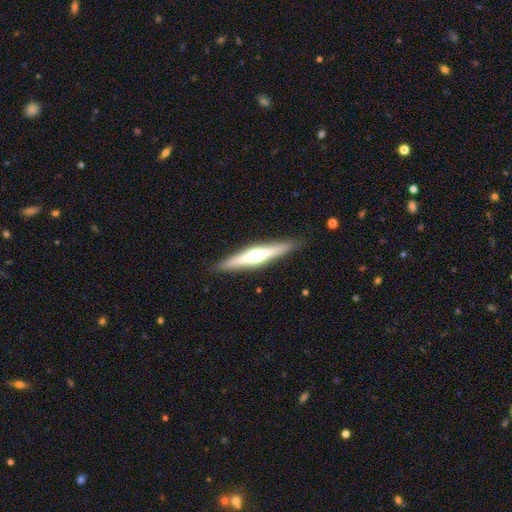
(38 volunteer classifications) Smooth or featured?
  - featured or disk: 61% *
  - smooth: 37%
  - star or artifact: 3%
Edge-on disk?
  - yes: 100% *
  - no: 0%
Edge-on bulge?
  - rounded: 91% *
  - boxy: 4%
  - none: 4%
Merging?
  - none: 92% *
  - minor disturbance: 8%
  - major disturbance: 0%
  - merger: 0%